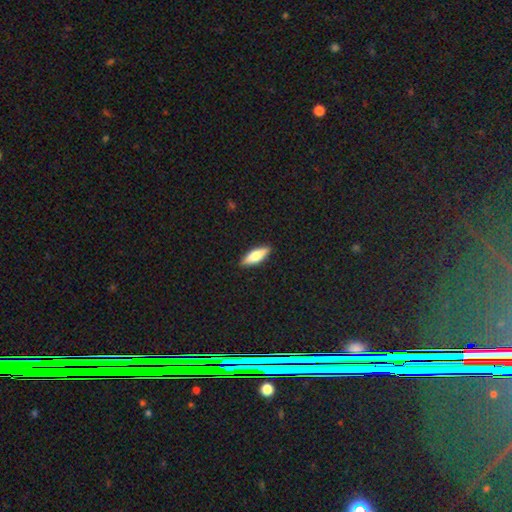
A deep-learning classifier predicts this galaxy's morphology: Overall: smooth (67%). How rounded: in between (50%; cigar-shaped 48%). Merging: none (90%).